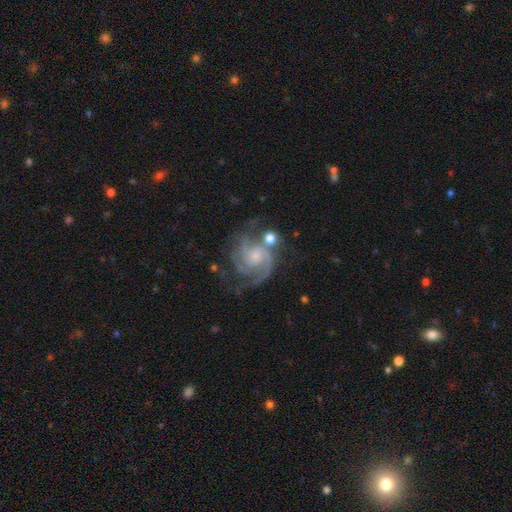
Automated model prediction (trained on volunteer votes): Smooth or featured: featured or disk — 90% (smooth — 5%)
Edge-on disk: no — 98% (yes — 2%)
Bar: no — 69% (weak — 27%)
Spiral arms: yes — 98% (no — 2%)
Spiral winding: medium — 46% (tight — 43%)
Spiral arm count: 3 — 41% (2 — 30%)
Bulge size: small — 57% (moderate — 30%)
Merging: none — 60% (minor disturbance — 18%)